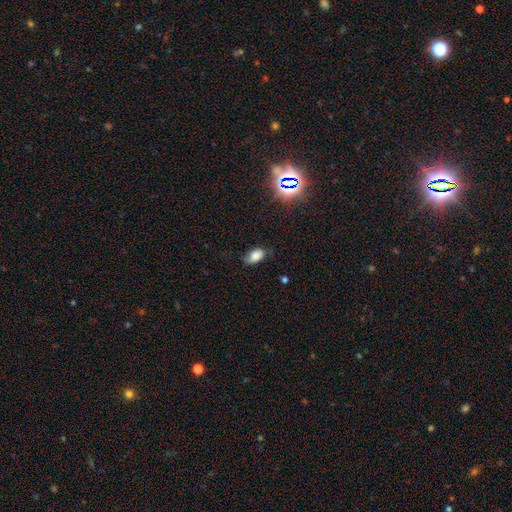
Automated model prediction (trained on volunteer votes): A smooth galaxy with no disk features (77%) that is in between round and cigar-shaped (91%). Merging: none (66%).